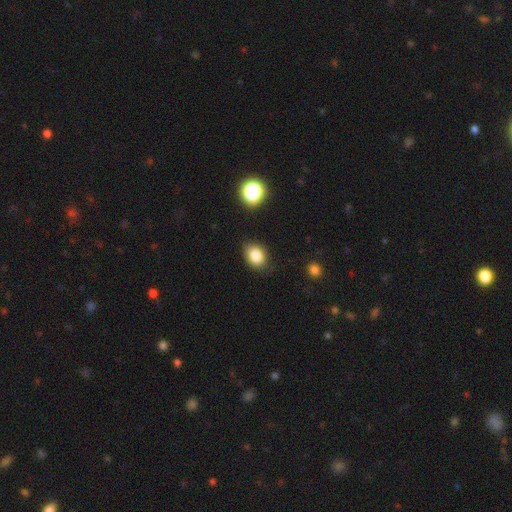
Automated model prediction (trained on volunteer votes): Smooth or featured? smooth (83%)
How rounded? in between (60%)
Merging? none (81%)